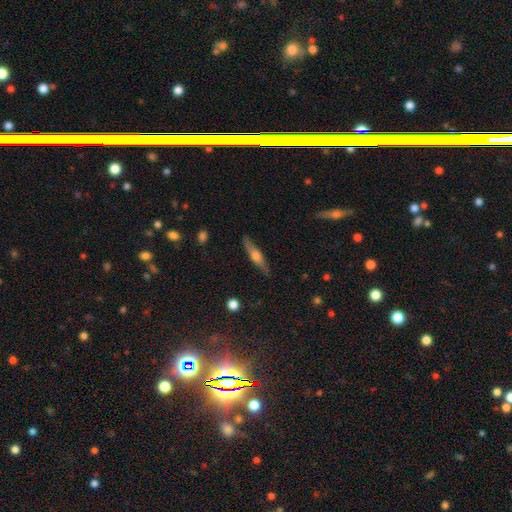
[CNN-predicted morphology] smooth_or_featured: featured or disk (p=0.57) [alt: smooth p=0.37]
disk_edge_on: yes (p=0.94) [alt: no p=0.06]
edge_on_bulge: rounded (p=0.87) [alt: boxy p=0.08]
merging: none (p=0.86) [alt: minor disturbance p=0.10]